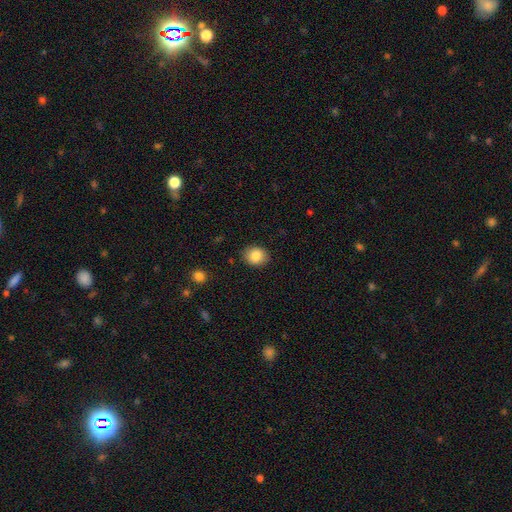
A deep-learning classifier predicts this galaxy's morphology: This is clearly a smooth galaxy (86%). How rounded: possibly round (57%). Merging: clearly none (88%).